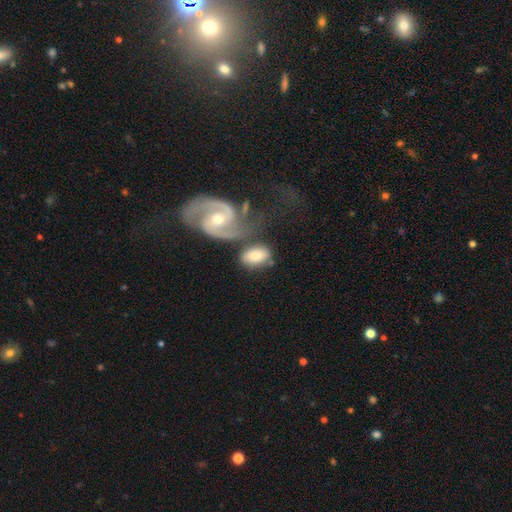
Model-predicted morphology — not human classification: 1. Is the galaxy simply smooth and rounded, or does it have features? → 62% smooth, 32% featured or disk, 6% star or artifact.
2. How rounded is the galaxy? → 91% in between, 7% round, 2% cigar-shaped.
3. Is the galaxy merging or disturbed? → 52% none, 23% merger, 18% minor disturbance, 7% major disturbance.